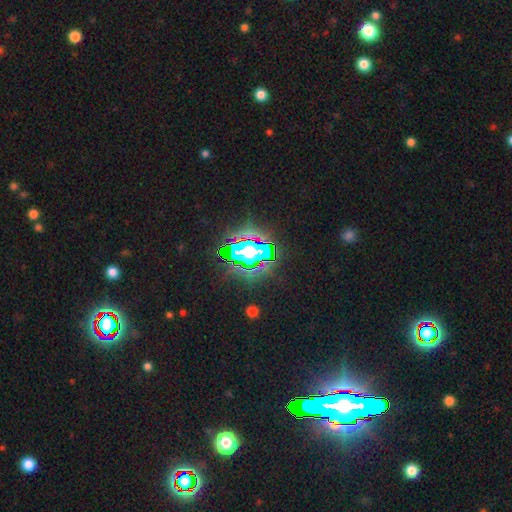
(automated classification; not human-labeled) Smooth or featured: star or artifact — 73% (smooth — 14%)